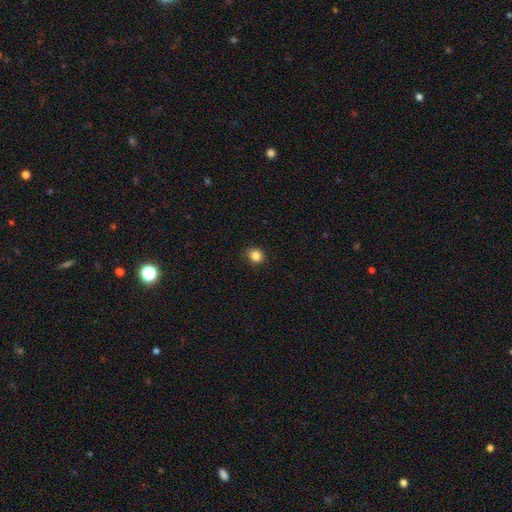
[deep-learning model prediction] Morphology: type=smooth (85%); roundness=round (80%); merging=none (87%).